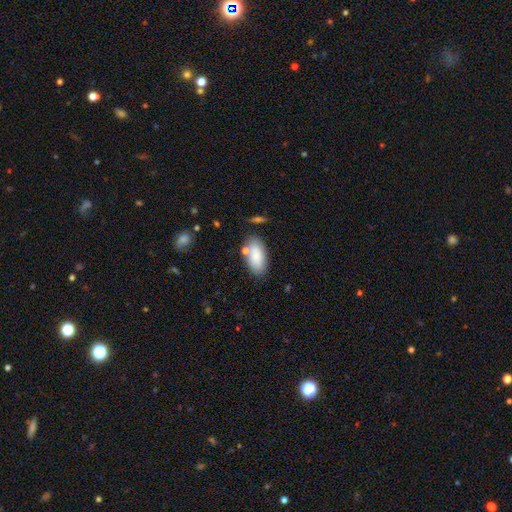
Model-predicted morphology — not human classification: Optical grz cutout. It shows a smooth galaxy with no disk features (85%) that is in between round and cigar-shaped (92%). Merging: none (73%).